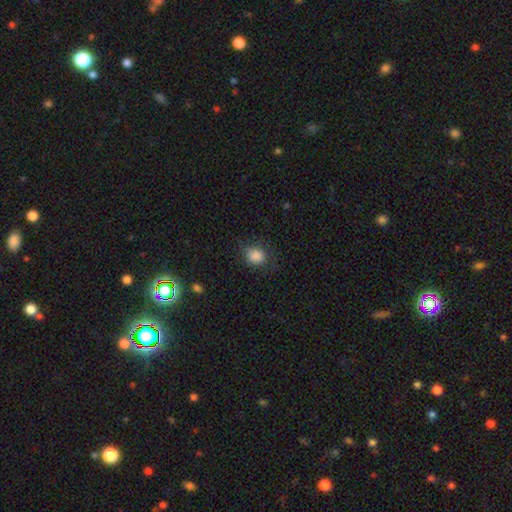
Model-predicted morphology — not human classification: smooth 86%, star or artifact 10%, featured or disk 4%. Down the decision tree: how rounded — round (57%); merging — none (73%).